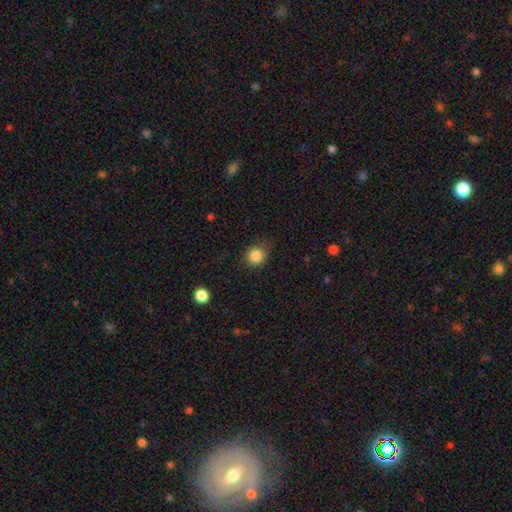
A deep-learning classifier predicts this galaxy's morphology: smooth 85%, star or artifact 11%, featured or disk 5%. Down the decision tree: how rounded — round (84%); merging — none (79%).